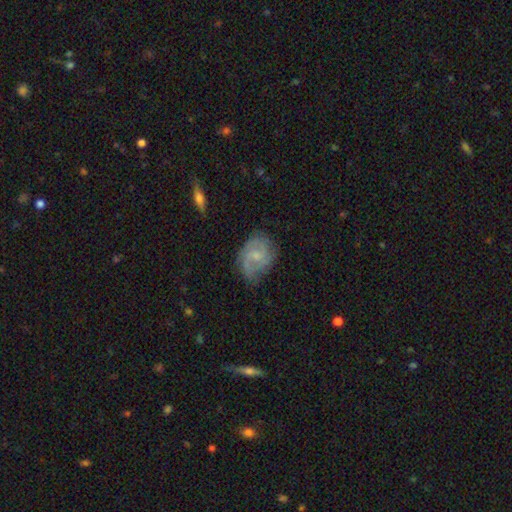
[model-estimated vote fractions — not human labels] Smooth or featured: featured or disk — 74% (smooth — 20%)
Edge-on disk: no — 97% (yes — 3%)
Bar: no — 49% (weak — 45%)
Spiral arms: yes — 92% (no — 8%)
Spiral winding: medium — 47% (tight — 36%)
Spiral arm count: 2 — 45% (3 — 23%)
Bulge size: small — 54% (moderate — 32%)
Merging: none — 66% (minor disturbance — 24%)